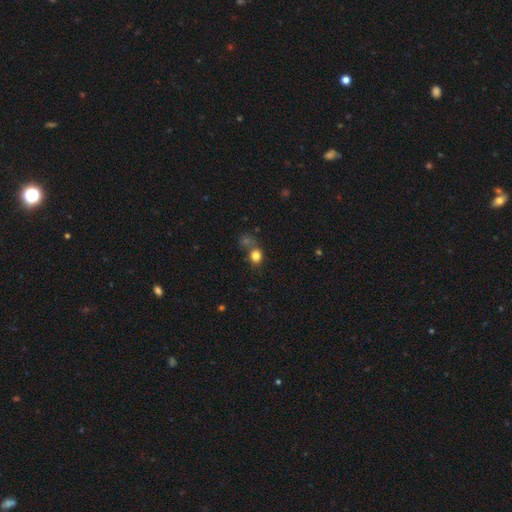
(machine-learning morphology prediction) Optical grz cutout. It shows a smooth galaxy with no disk features (80%) that is round (72%). Merging: none (48%).